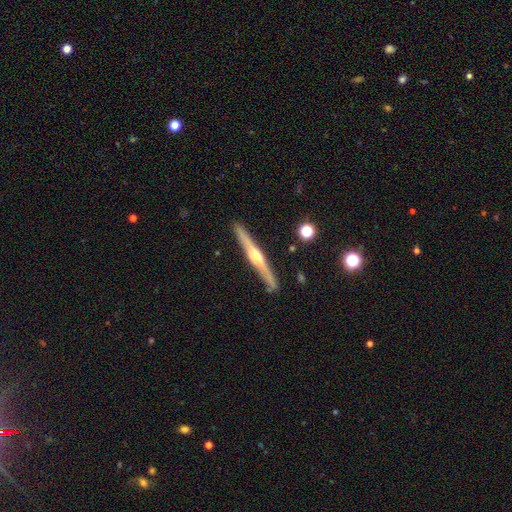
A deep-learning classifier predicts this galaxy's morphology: The model was most divided on "smooth or featured": featured or disk: 78%, smooth: 17%, star or artifact: 5%. More confident: edge-on disk — yes (98%); merging — none (90%); edge-on bulge — rounded (89%).